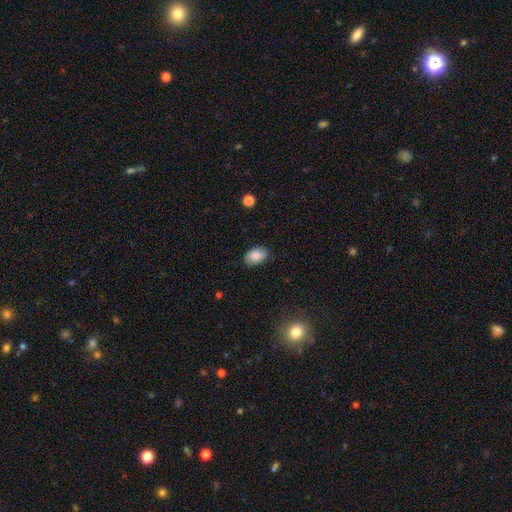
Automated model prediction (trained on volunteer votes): Overall: smooth (85%). How rounded: in between (90%). Merging: none (80%).